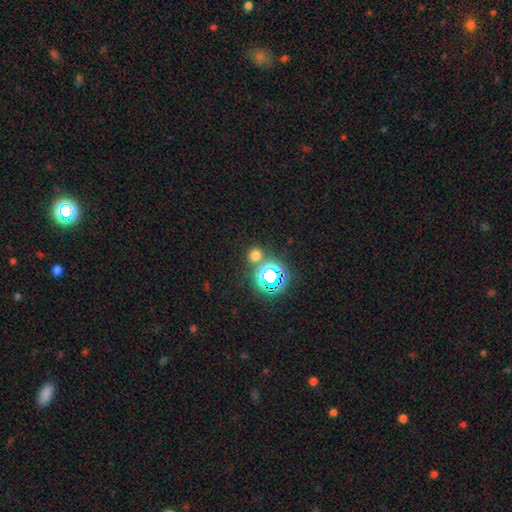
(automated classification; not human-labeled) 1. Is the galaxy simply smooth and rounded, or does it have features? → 61% smooth, 32% star or artifact, 6% featured or disk.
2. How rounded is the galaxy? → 86% round, 13% in between, 1% cigar-shaped.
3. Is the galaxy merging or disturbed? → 77% none, 13% merger, 7% minor disturbance, 3% major disturbance.